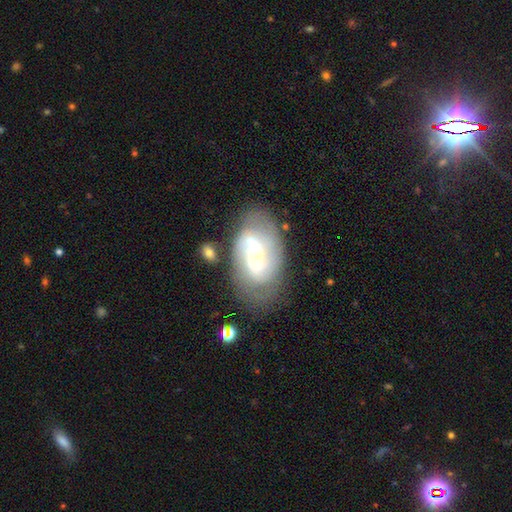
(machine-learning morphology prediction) This is likely a featured or disk galaxy (70%). It is clearly not viewed edge-on (96%). Bar: possibly no (53%). Spiral arm pattern: likely yes (77%). Spiral arm count: possibly 2 (47%). Spiral winding: marginally tight (43%). Central bulge: marginally moderate (42%). Merging: possibly none (53%).